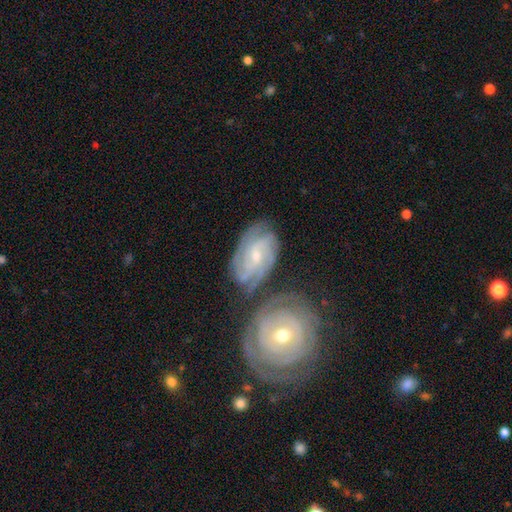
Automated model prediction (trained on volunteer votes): This is clearly a featured or disk galaxy (84%). It is clearly not viewed edge-on (96%). Bar: possibly no (49%). Spiral arm pattern: clearly yes (96%). Spiral arm count: marginally 3 (32%). Spiral winding: likely tight (63%). Central bulge: likely small (62%). Merging: likely none (61%).